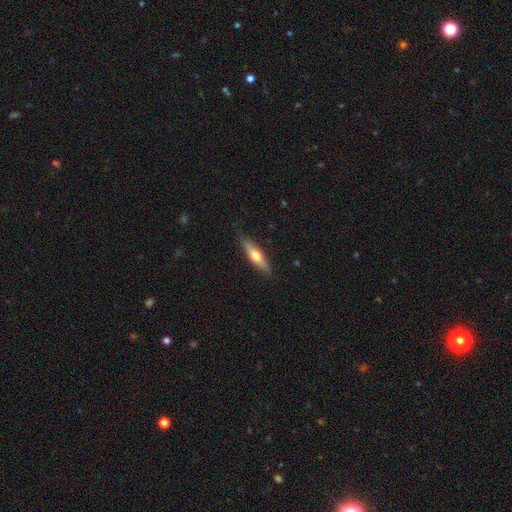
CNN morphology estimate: A smooth galaxy with no disk features (55%) that is cigar-shaped (73%). Merging: none (85%).